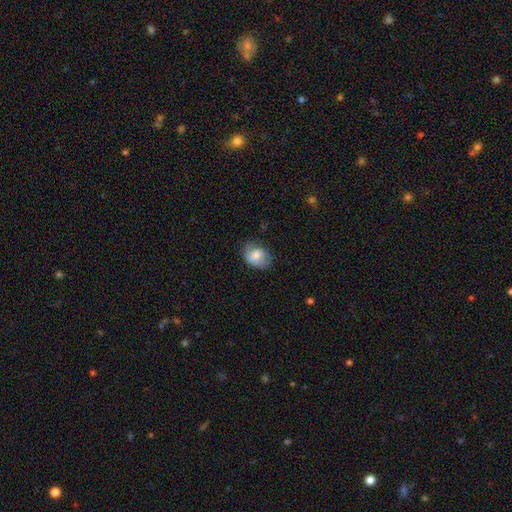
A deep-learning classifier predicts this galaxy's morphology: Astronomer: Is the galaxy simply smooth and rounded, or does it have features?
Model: smooth — 67%.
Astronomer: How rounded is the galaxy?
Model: in between — 66%.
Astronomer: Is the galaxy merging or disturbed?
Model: none — 48% (runner-up: minor disturbance, 35%).